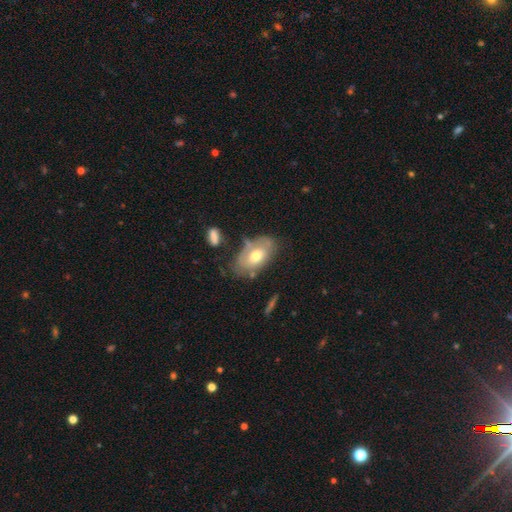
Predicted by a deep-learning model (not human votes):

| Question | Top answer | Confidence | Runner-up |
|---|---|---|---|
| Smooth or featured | smooth | 55% | featured or disk (38%) |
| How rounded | in between | 92% | round (6%) |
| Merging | none | 56% | minor disturbance (26%) |